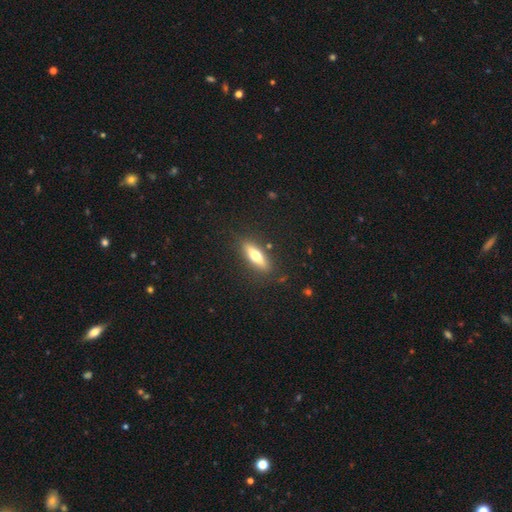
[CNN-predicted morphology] smooth 57%, featured or disk 37%, star or artifact 6%. Down the decision tree: how rounded — cigar-shaped (56%); merging — none (85%).